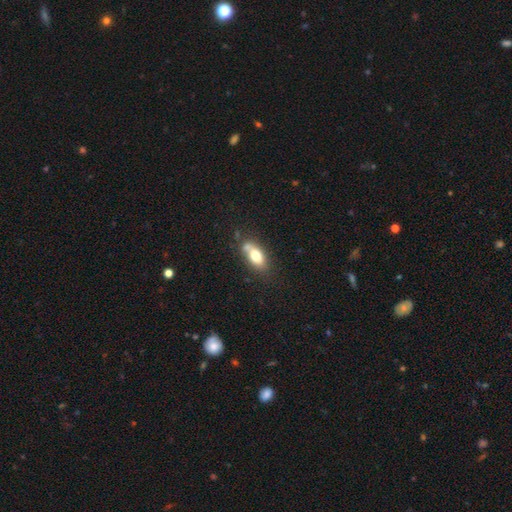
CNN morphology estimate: smooth 72%, featured or disk 20%, star or artifact 8%. Down the decision tree: how rounded — in between (85%); merging — none (51%).